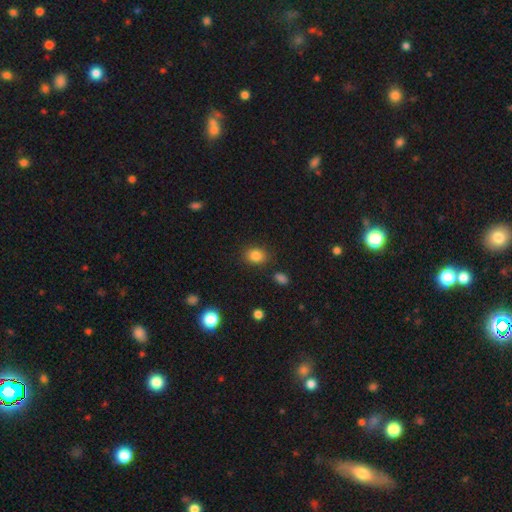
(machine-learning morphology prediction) smooth-or-featured: smooth: 84% | star or artifact: 11% | featured or disk: 6%
  how-rounded: in between: 53% | round: 46% | cigar-shaped: 1%
  merging: none: 84% | minor disturbance: 11% | major disturbance: 3% | merger: 3%